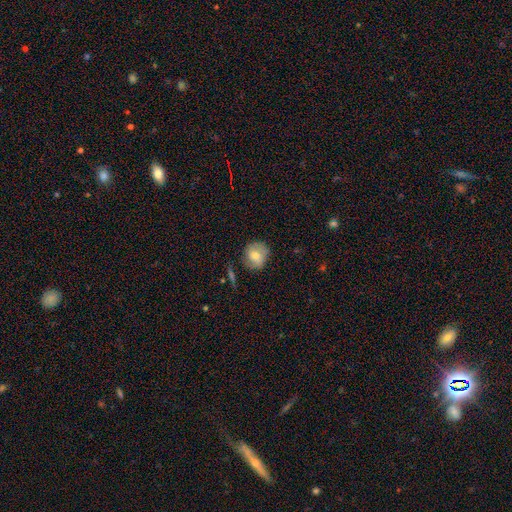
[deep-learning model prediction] This is likely a smooth galaxy (70%). How rounded: clearly round (81%). Merging: likely none (74%).